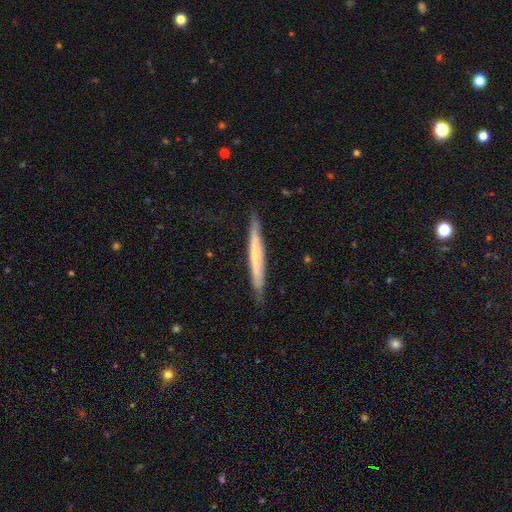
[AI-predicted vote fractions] Morphology: type=featured or disk (48%); merging=none (85%).